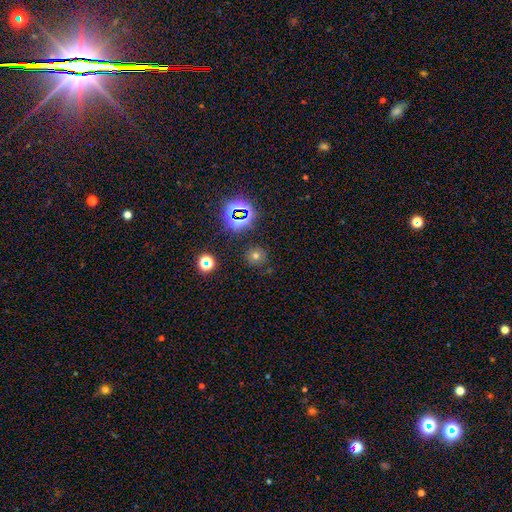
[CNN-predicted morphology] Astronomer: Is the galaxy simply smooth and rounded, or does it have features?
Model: smooth — 60%.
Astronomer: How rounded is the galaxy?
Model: round — 89%.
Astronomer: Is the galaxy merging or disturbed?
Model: none — 84%.